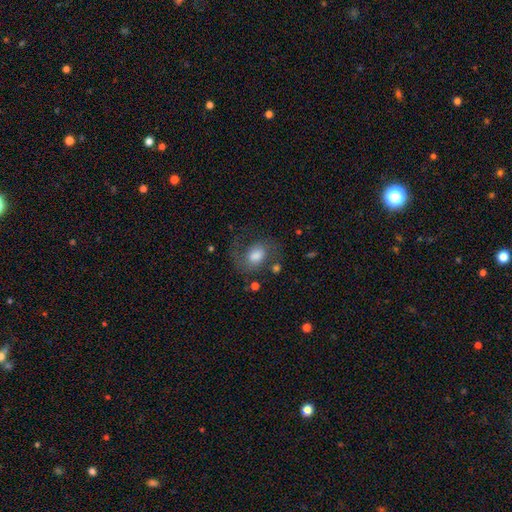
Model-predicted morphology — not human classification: The model was most divided on "bulge size": moderate: 41%, large: 37%, small: 11%, dominant: 6%, none: 5%. More confident: edge-on disk — no (97%); spiral arms — yes (86%); bar — no (60%); merging — none (60%); smooth or featured — featured or disk (56%).